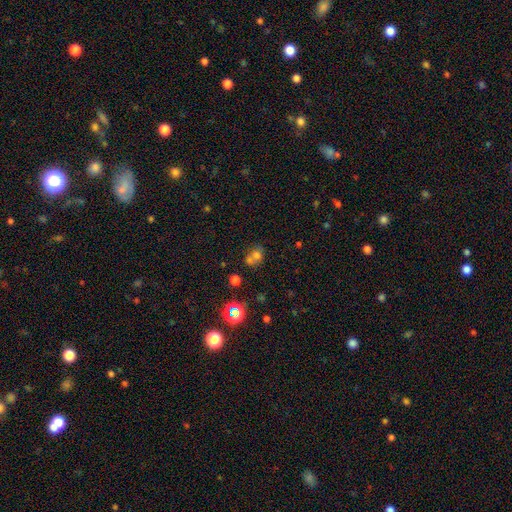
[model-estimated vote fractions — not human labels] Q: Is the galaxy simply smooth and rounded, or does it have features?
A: smooth — 61%.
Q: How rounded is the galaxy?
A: round — 62%.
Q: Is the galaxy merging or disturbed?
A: merger — 51%.